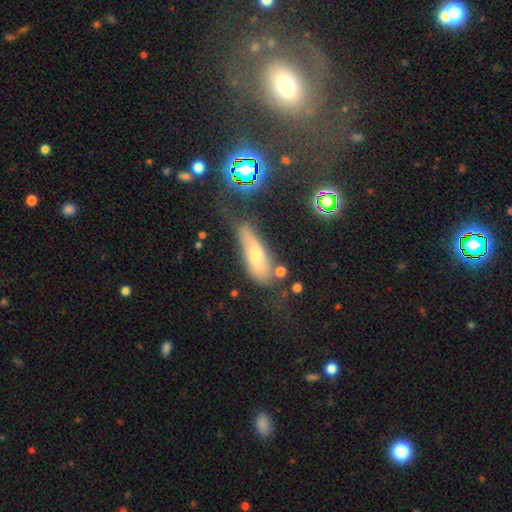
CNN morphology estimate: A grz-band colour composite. It shows a smooth galaxy with no disk features (55%) that is in between round and cigar-shaped (56%). Merging: none (47%).